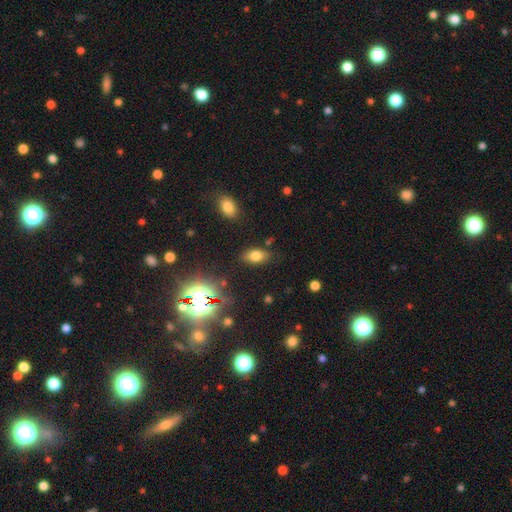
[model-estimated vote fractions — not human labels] Q: Smooth or featured?
A: smooth (74%); runner-up: star or artifact (15%)
Q: How rounded?
A: in between (88%); runner-up: round (8%)
Q: Merging?
A: none (82%); runner-up: minor disturbance (12%)